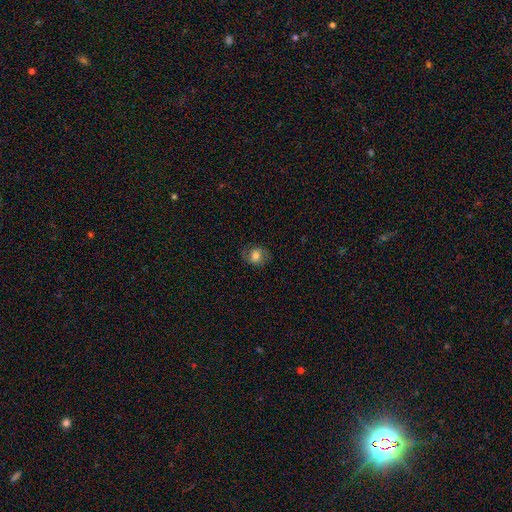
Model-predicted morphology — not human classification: smooth_or_featured: smooth (p=0.67) [alt: featured or disk p=0.22]
how_rounded: round (p=0.61) [alt: in between p=0.38]
merging: none (p=0.75) [alt: minor disturbance p=0.17]